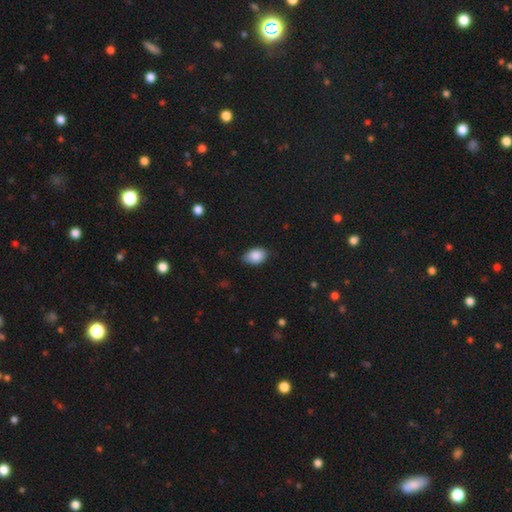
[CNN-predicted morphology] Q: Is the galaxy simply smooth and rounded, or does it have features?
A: smooth — 88%.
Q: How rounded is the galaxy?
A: in between — 84%.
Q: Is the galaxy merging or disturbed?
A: none — 79%.